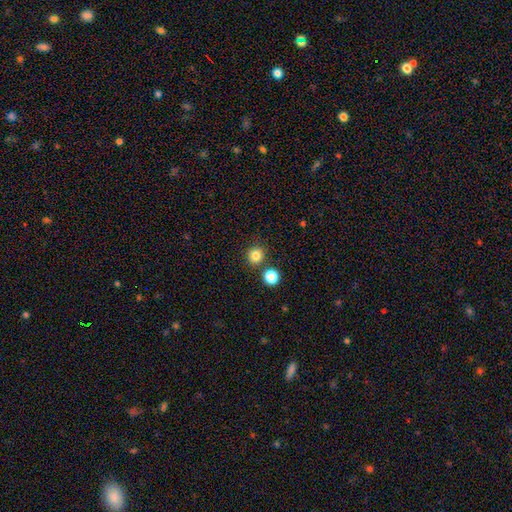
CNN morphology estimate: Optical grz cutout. It shows a smooth galaxy with no disk features (83%) that is round (91%). Merging: none (80%).